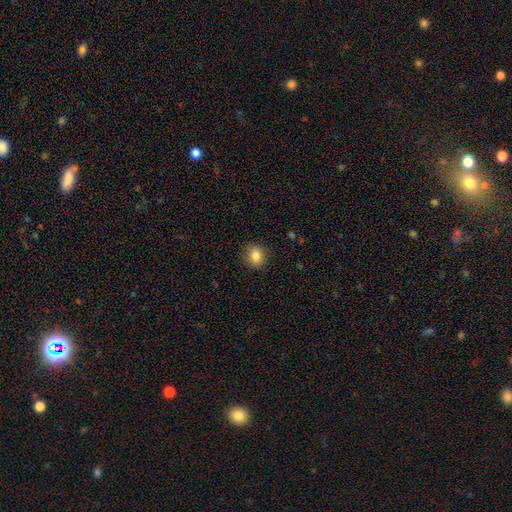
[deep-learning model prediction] The model was most divided on "how rounded": round: 69%, in between: 30%, cigar-shaped: 1%. More confident: merging — none (89%); smooth or featured — smooth (84%).